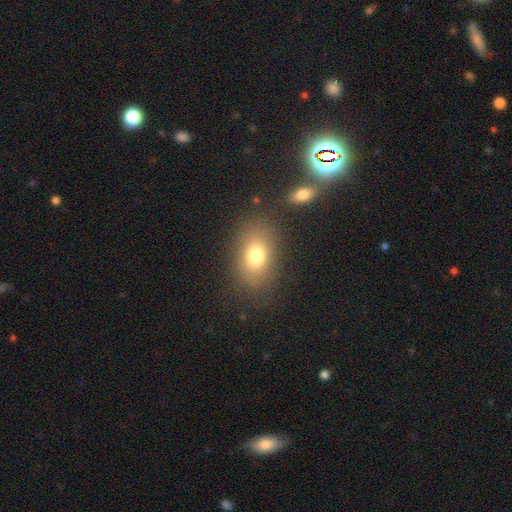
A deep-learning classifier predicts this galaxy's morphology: Overall: smooth (76%). How rounded: in between (77%). Merging: none (79%).